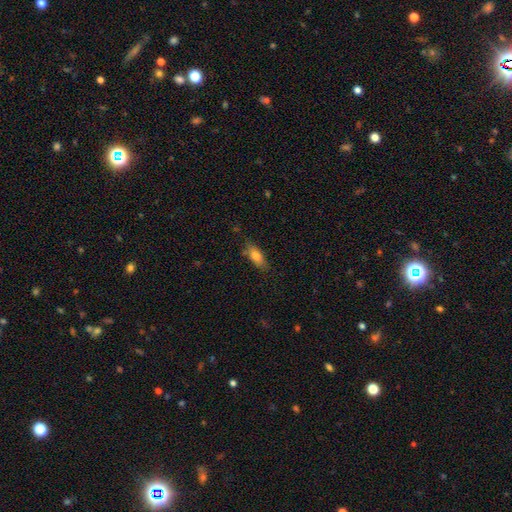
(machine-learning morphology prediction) Overall: smooth (76%). How rounded: in between (71%). Merging: none (76%).